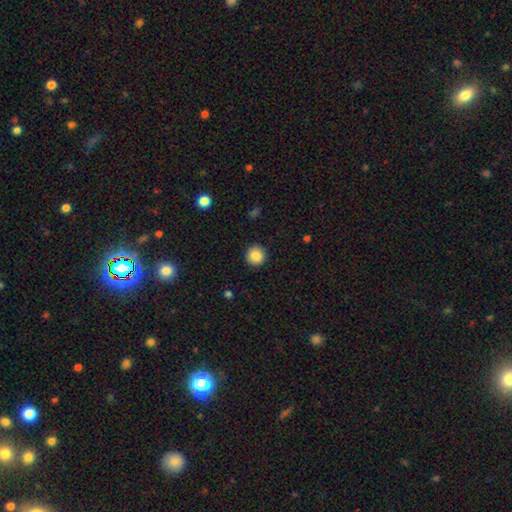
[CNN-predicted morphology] Smooth or featured? Predicted: smooth (p=0.86). How rounded? Predicted: round (p=0.94). Merging? Predicted: none (p=0.92).